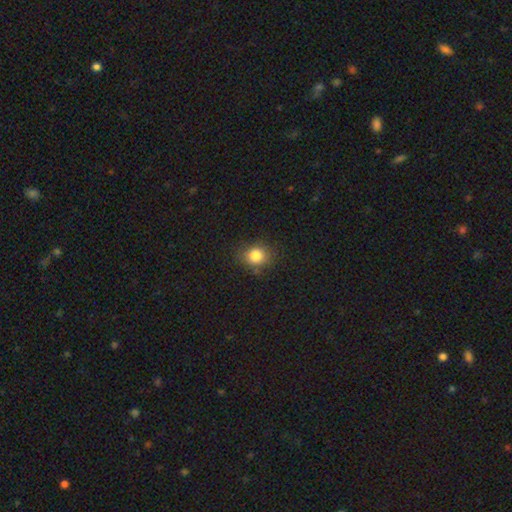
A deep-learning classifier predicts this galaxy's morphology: Smooth or featured? smooth (83%)
How rounded? round (67%)
Merging? none (80%)